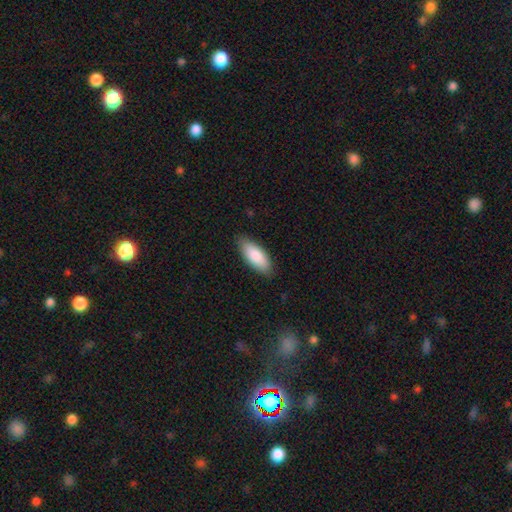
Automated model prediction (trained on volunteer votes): This appears to be a smooth galaxy with no disk features (86%) that is in between round and cigar-shaped (80%). Merging: none (86%).